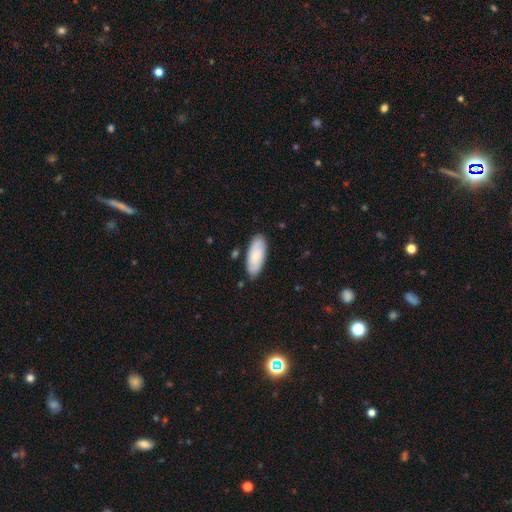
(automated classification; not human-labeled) Smooth or featured: smooth — 75% (featured or disk — 19%)
How rounded: in between — 82% (cigar-shaped — 17%)
Merging: none — 82% (minor disturbance — 13%)